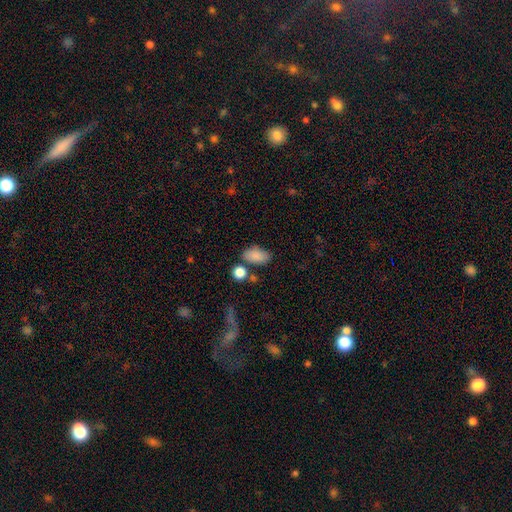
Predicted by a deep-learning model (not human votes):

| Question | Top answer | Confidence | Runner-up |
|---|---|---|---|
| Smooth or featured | smooth | 86% | star or artifact (8%) |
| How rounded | in between | 91% | round (6%) |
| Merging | none | 70% | minor disturbance (14%) |